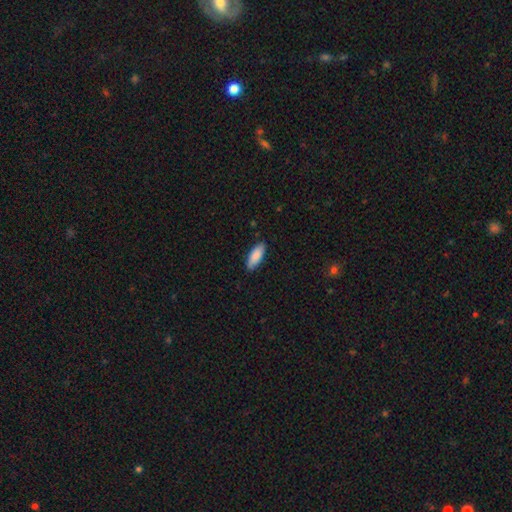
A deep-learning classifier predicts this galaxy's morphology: Q: Smooth or featured?
A: smooth (87%); runner-up: featured or disk (7%)
Q: How rounded?
A: in between (75%); runner-up: cigar-shaped (23%)
Q: Merging?
A: none (86%); runner-up: minor disturbance (11%)